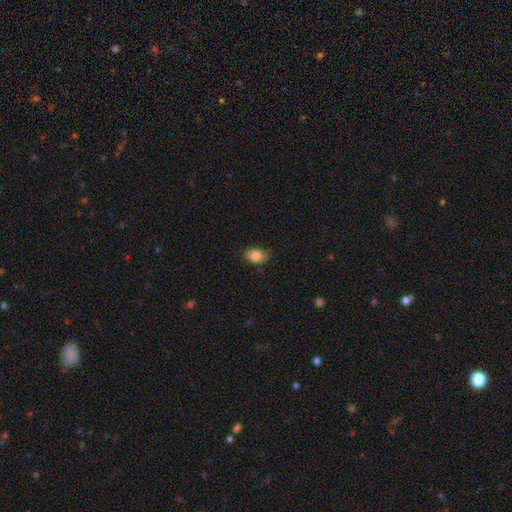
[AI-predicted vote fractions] Morphology: type=smooth (86%); roundness=in between (81%); merging=none (84%).